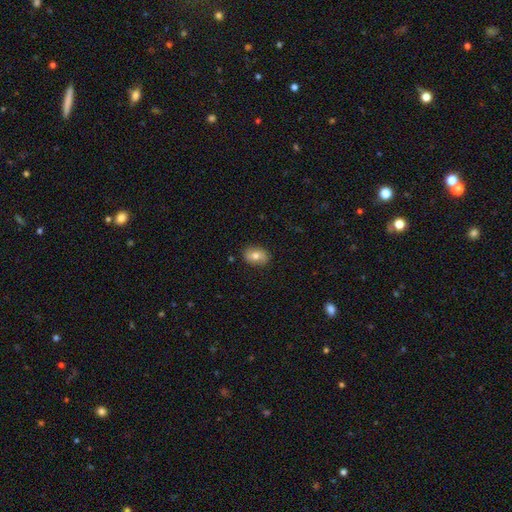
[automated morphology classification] Q: Smooth or featured?
A: smooth (70%); runner-up: featured or disk (21%)
Q: How rounded?
A: in between (74%); runner-up: round (24%)
Q: Merging?
A: none (85%); runner-up: minor disturbance (12%)